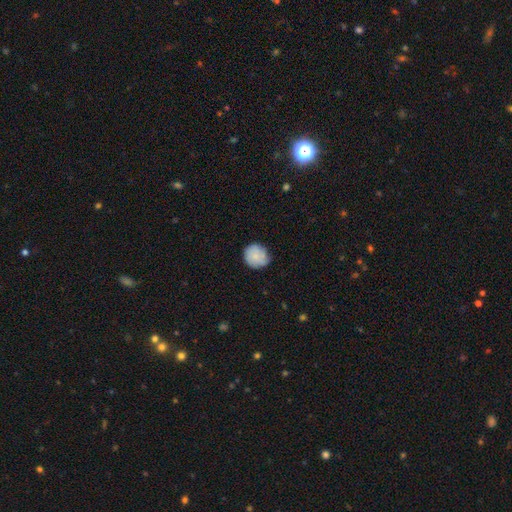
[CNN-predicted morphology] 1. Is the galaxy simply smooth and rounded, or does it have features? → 78% smooth, 15% featured or disk, 7% star or artifact.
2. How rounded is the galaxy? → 83% round, 16% in between, 1% cigar-shaped.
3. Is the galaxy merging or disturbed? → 73% none, 22% minor disturbance, 4% major disturbance, 1% merger.